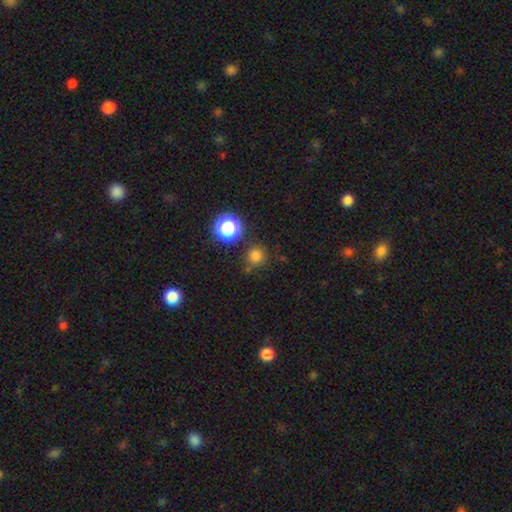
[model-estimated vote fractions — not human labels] Smooth or featured?
  - smooth: 75% *
  - star or artifact: 20%
  - featured or disk: 5%
How rounded?
  - round: 94% *
  - in between: 5%
  - cigar-shaped: 1%
Merging?
  - none: 80% *
  - minor disturbance: 10%
  - merger: 6%
  - major disturbance: 3%